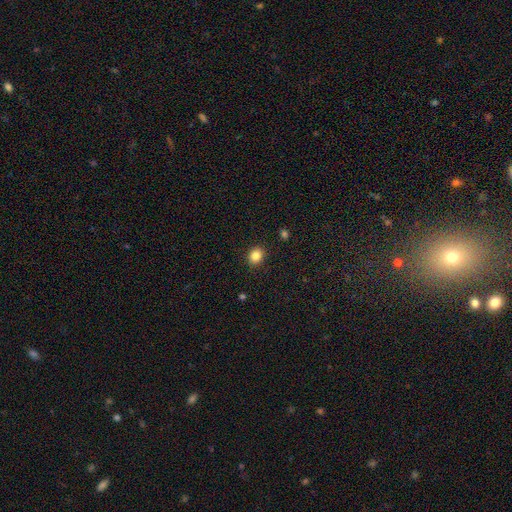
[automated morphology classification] A smooth galaxy with no disk features (84%) that is round (66%).

Vote fractions:
- Smooth or featured? smooth: 84% / star or artifact: 11% / featured or disk: 5%
- How rounded? round: 66% / in between: 33% / cigar-shaped: 1%
- Merging? none: 90% / minor disturbance: 6% / major disturbance: 2% / merger: 1%